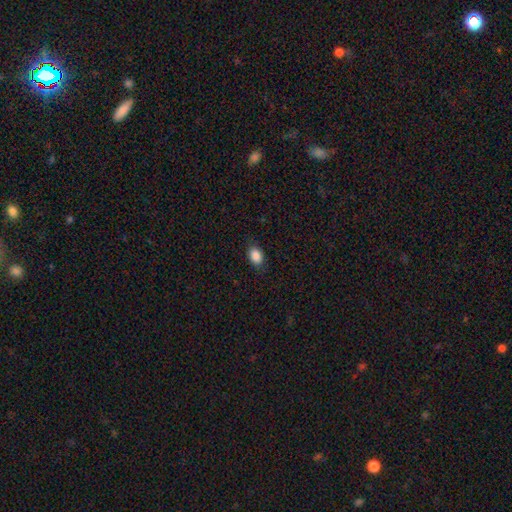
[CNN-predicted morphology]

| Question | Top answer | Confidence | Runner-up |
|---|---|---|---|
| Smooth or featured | smooth | 88% | star or artifact (8%) |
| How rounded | in between | 79% | round (20%) |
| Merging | none | 84% | minor disturbance (12%) |